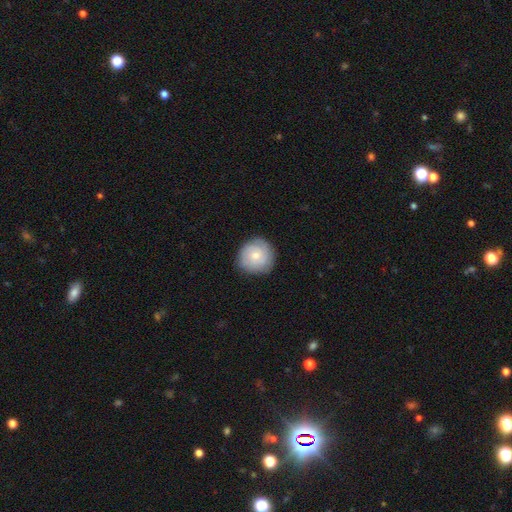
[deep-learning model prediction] smooth_or_featured: smooth (p=0.53) [alt: featured or disk p=0.40]
how_rounded: round (p=0.91) [alt: in between p=0.08]
merging: none (p=0.83) [alt: minor disturbance p=0.13]